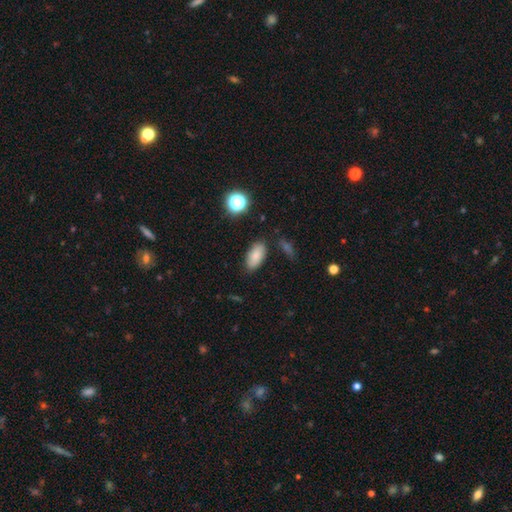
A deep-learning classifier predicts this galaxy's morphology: A smooth galaxy with no disk features (83%) that is in between round and cigar-shaped (91%).

Vote fractions:
- Smooth or featured? smooth: 83% / star or artifact: 9% / featured or disk: 8%
- How rounded? in between: 91% / cigar-shaped: 5% / round: 4%
- Merging? none: 82% / minor disturbance: 12% / major disturbance: 3% / merger: 3%